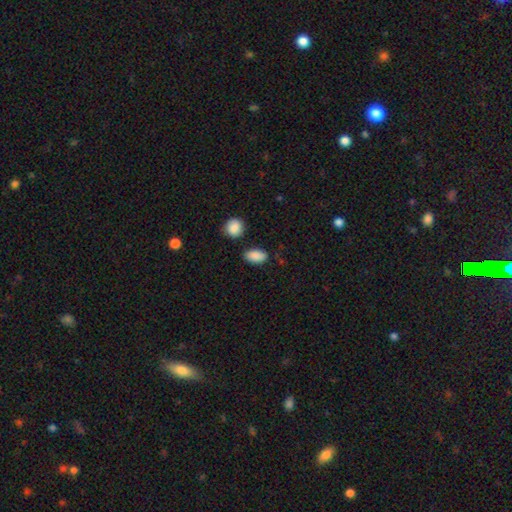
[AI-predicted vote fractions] Smooth or featured? smooth (89%)
How rounded? in between (91%)
Merging? none (80%)